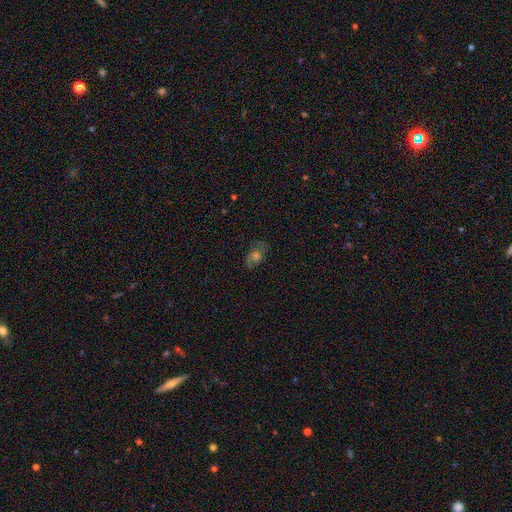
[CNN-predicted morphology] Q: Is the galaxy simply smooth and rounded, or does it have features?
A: featured or disk — 49%.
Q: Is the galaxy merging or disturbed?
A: none — 75%.